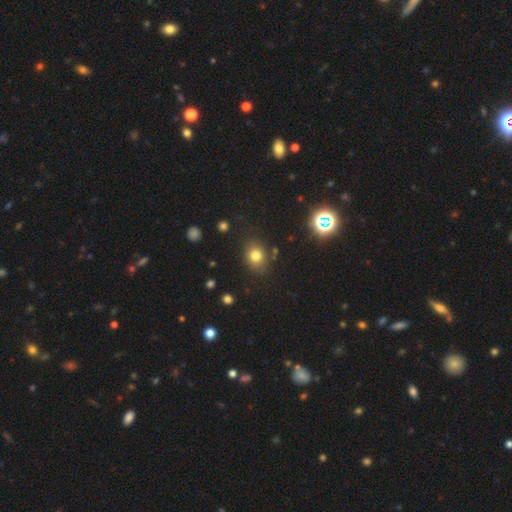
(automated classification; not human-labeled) The model was most divided on "how rounded": round: 59%, in between: 40%, cigar-shaped: 1%. More confident: merging — none (82%); smooth or featured — smooth (75%).